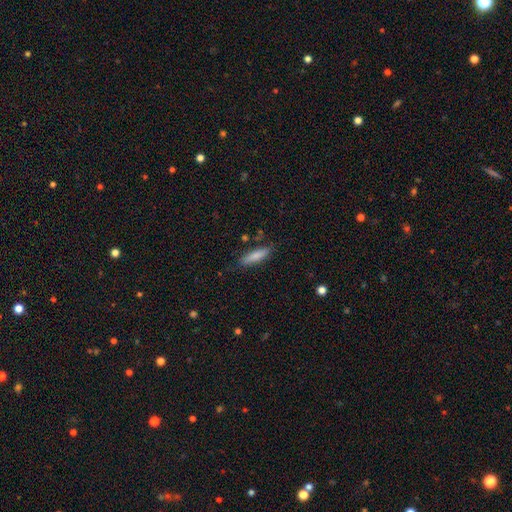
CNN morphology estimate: type=smooth (80%); roundness=cigar-shaped (68%); merging=none (80%).